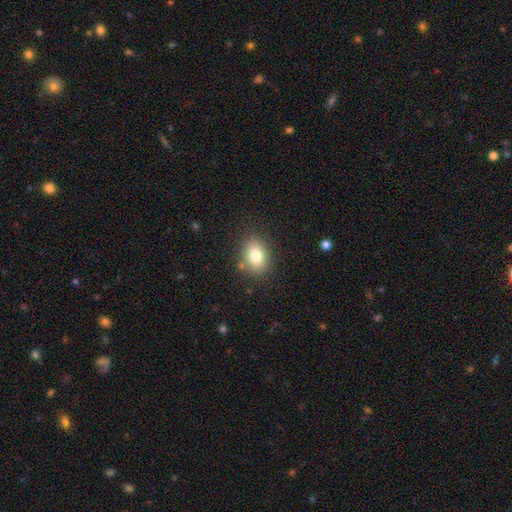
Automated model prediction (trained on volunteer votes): smooth-or-featured: smooth: 80% | featured or disk: 10% | star or artifact: 10%
  how-rounded: in between: 64% | round: 35% | cigar-shaped: 1%
  merging: none: 82% | minor disturbance: 12% | major disturbance: 4% | merger: 3%